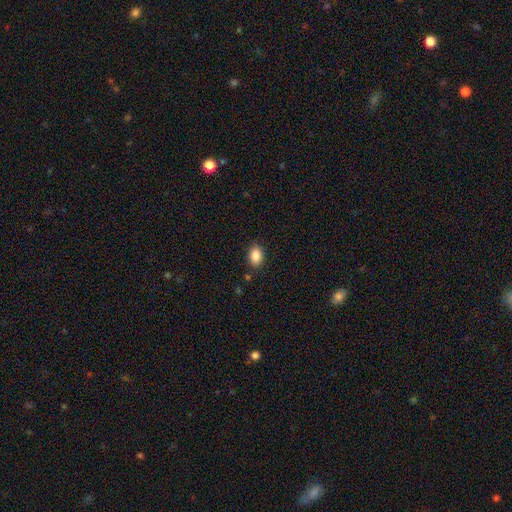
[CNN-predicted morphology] Smooth or featured?
  - smooth: 87% *
  - star or artifact: 9%
  - featured or disk: 5%
How rounded?
  - in between: 73% *
  - round: 26%
  - cigar-shaped: 1%
Merging?
  - none: 86% *
  - minor disturbance: 10%
  - major disturbance: 2%
  - merger: 2%